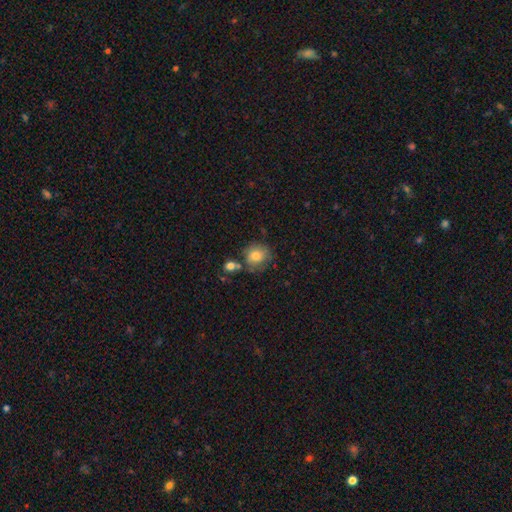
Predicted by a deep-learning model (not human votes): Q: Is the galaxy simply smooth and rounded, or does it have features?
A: smooth — 77%.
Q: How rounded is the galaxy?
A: round — 79%.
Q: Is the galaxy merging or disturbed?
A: none — 61%.